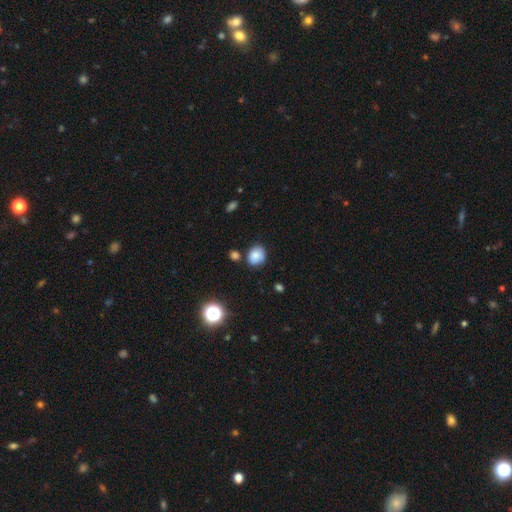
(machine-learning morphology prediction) Smooth or featured?
  - smooth: 82% *
  - star or artifact: 11%
  - featured or disk: 7%
How rounded?
  - round: 57% *
  - in between: 42%
  - cigar-shaped: 1%
Merging?
  - none: 71% *
  - minor disturbance: 19%
  - merger: 6%
  - major disturbance: 4%